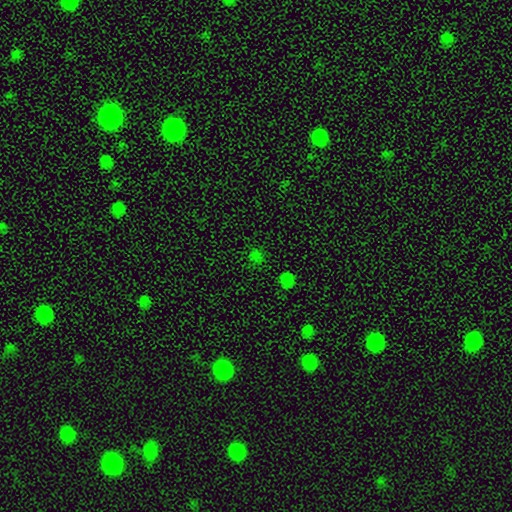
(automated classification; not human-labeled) This is possibly a star or artifact rather than a galaxy (48%).